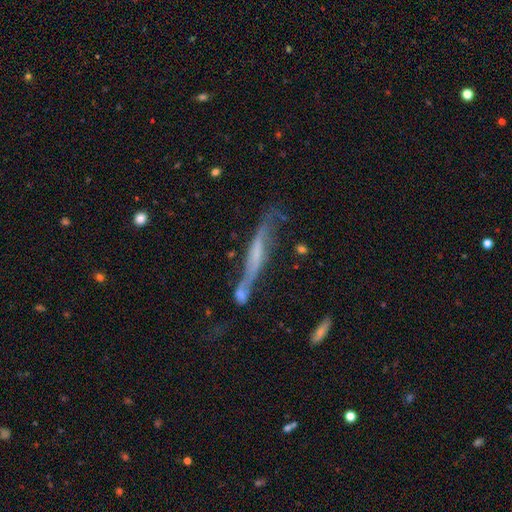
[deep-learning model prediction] The model was most divided on "merging": none: 40%, merger: 23%, minor disturbance: 21%, major disturbance: 16%. More confident: edge-on disk — yes (69%); smooth or featured — featured or disk (63%).